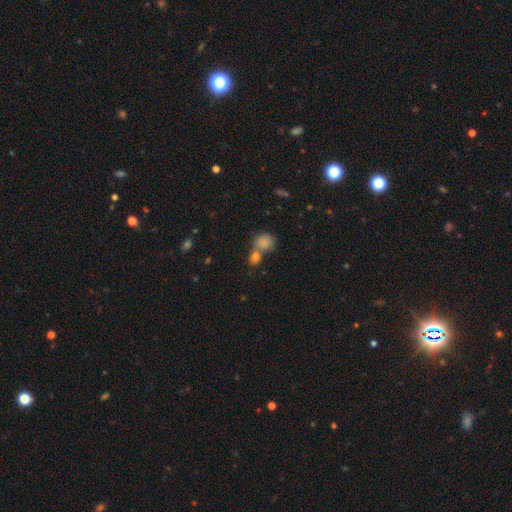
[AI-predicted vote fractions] A smooth galaxy with no disk features (73%) that is round (67%).

Vote fractions:
- Smooth or featured? smooth: 73% / star or artifact: 18% / featured or disk: 9%
- How rounded? round: 67% / in between: 31% / cigar-shaped: 2%
- Merging? merger: 46% / none: 41% / minor disturbance: 8% / major disturbance: 4%